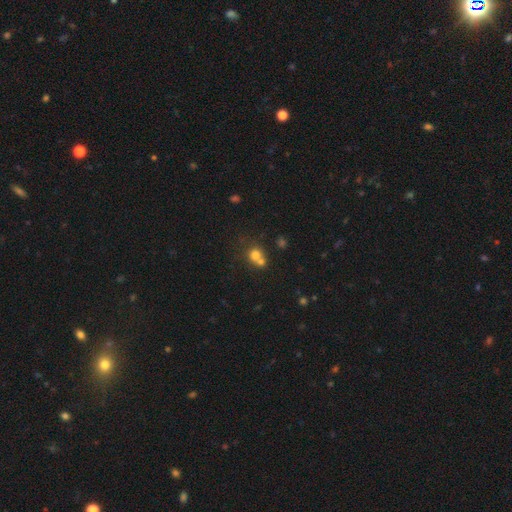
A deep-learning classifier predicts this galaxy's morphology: smooth 72%, star or artifact 15%, featured or disk 13%. Down the decision tree: how rounded — round (81%); merging — merger (52%).